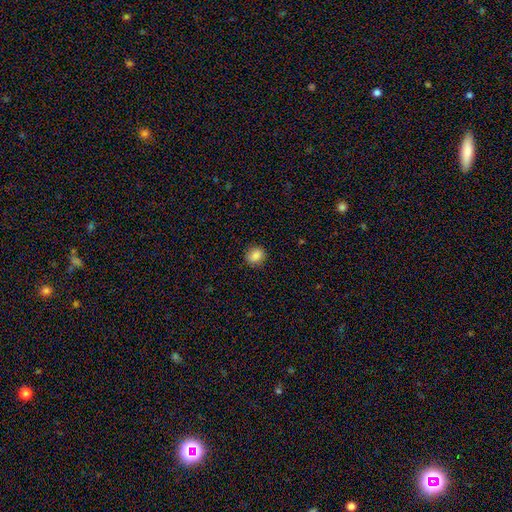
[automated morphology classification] smooth-or-featured: smooth: 86% | star or artifact: 10% | featured or disk: 4%
  how-rounded: round: 77% | in between: 22% | cigar-shaped: 1%
  merging: none: 88% | minor disturbance: 9% | major disturbance: 2% | merger: 1%